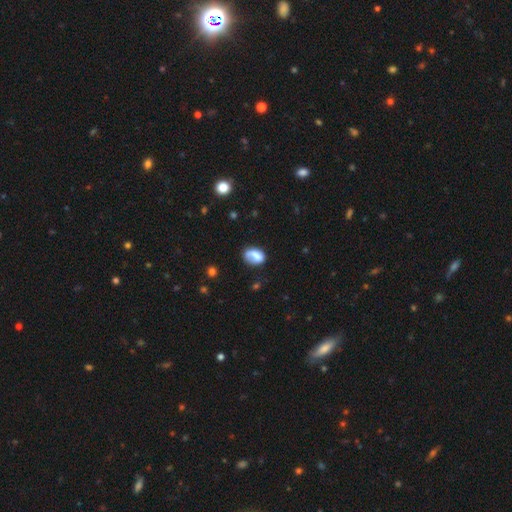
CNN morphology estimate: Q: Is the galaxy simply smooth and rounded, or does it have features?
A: smooth — 67%.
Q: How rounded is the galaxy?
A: in between — 78%.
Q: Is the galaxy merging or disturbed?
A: none — 46%.